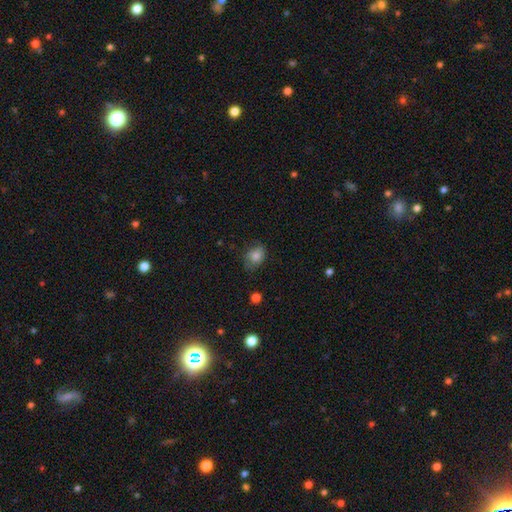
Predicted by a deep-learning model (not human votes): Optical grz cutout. It shows a smooth galaxy with no disk features (74%) that is in between round and cigar-shaped (60%). Merging: none (64%).